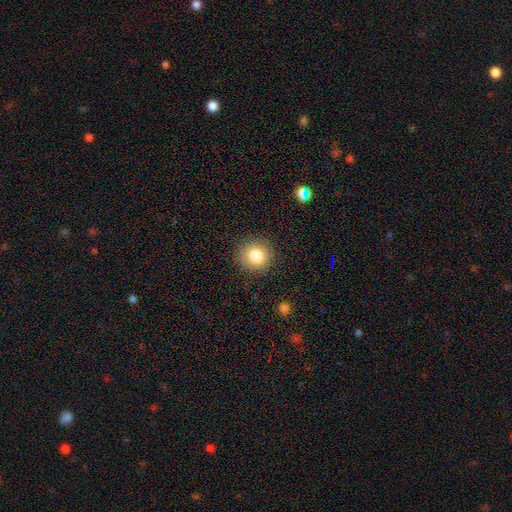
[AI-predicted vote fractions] Smooth or featured?
  - smooth: 82% *
  - star or artifact: 11%
  - featured or disk: 8%
How rounded?
  - round: 90% *
  - in between: 9%
  - cigar-shaped: 1%
Merging?
  - none: 89% *
  - minor disturbance: 7%
  - major disturbance: 2%
  - merger: 1%